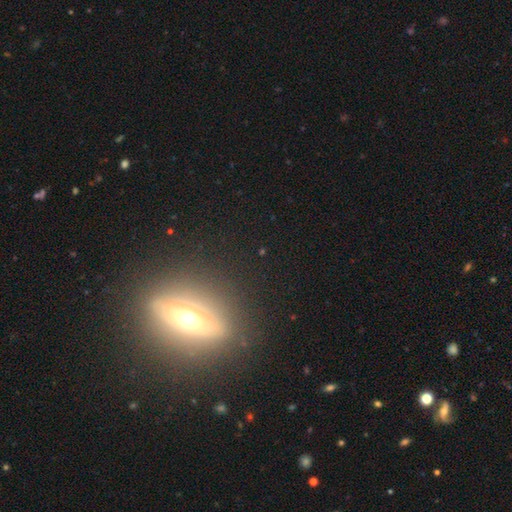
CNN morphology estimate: smooth-or-featured: featured or disk: 63% | smooth: 23% | star or artifact: 15%
  disk-edge-on: yes: 73% | no: 27%
  merging: none: 86% | minor disturbance: 8% | major disturbance: 4% | merger: 2%